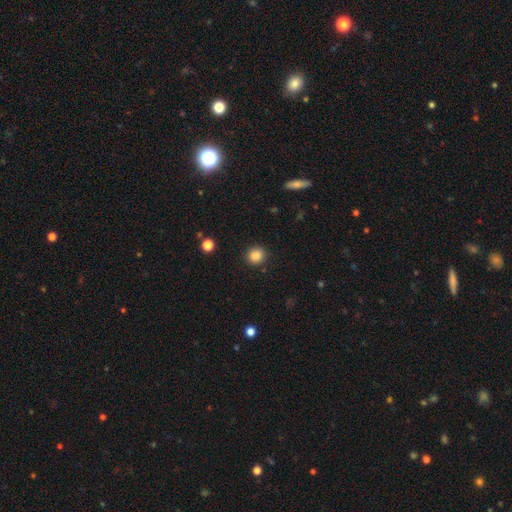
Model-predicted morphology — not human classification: Q: Smooth or featured?
A: smooth (86%); runner-up: star or artifact (11%)
Q: How rounded?
A: round (89%); runner-up: in between (10%)
Q: Merging?
A: none (90%); runner-up: minor disturbance (6%)